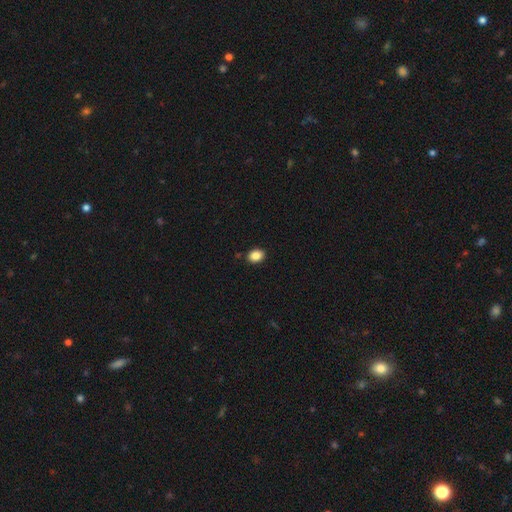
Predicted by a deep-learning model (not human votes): This appears to be a smooth galaxy with no disk features (87%) that is in between round and cigar-shaped (69%). Merging: none (88%).